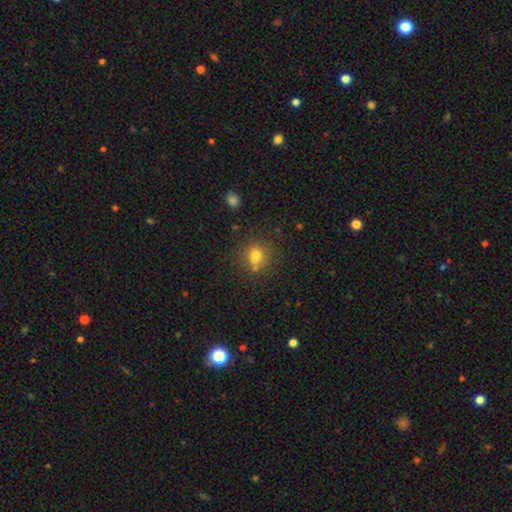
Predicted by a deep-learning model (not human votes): A smooth galaxy with no disk features (69%) that is round (79%).

Vote fractions:
- Smooth or featured? smooth: 69% / star or artifact: 16% / featured or disk: 15%
- How rounded? round: 79% / in between: 20% / cigar-shaped: 1%
- Merging? none: 57% / merger: 26% / minor disturbance: 12% / major disturbance: 5%